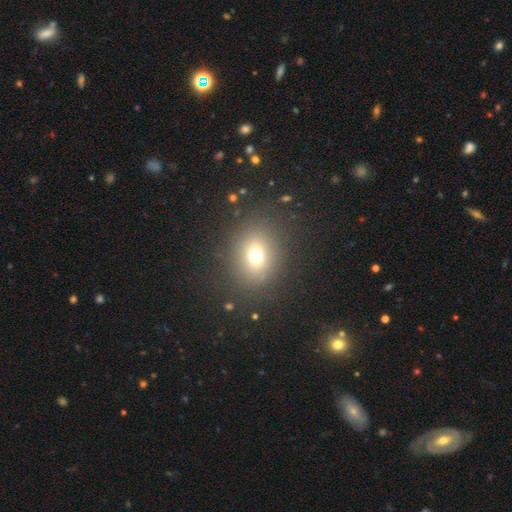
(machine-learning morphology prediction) smooth_or_featured: smooth (p=0.70) [alt: star or artifact p=0.18]
how_rounded: round (p=0.64) [alt: in between p=0.35]
merging: none (p=0.83) [alt: minor disturbance p=0.09]